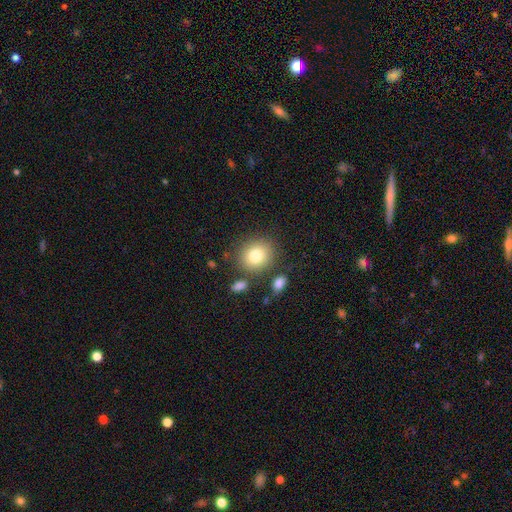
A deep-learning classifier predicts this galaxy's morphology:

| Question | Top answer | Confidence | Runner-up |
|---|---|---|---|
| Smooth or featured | smooth | 81% | featured or disk (10%) |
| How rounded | round | 76% | in between (23%) |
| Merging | none | 78% | minor disturbance (10%) |